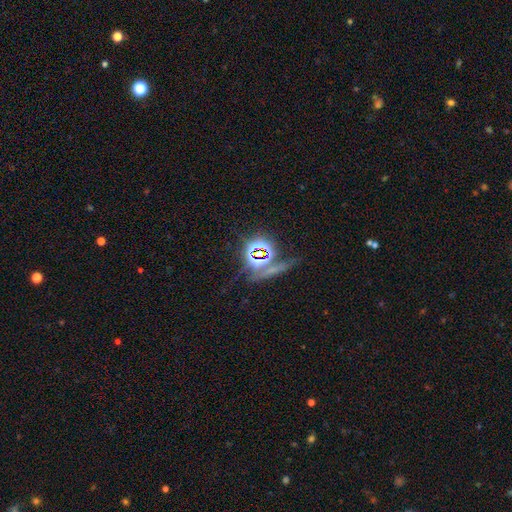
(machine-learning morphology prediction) This appears to be a star or artifact, not a galaxy (69%).